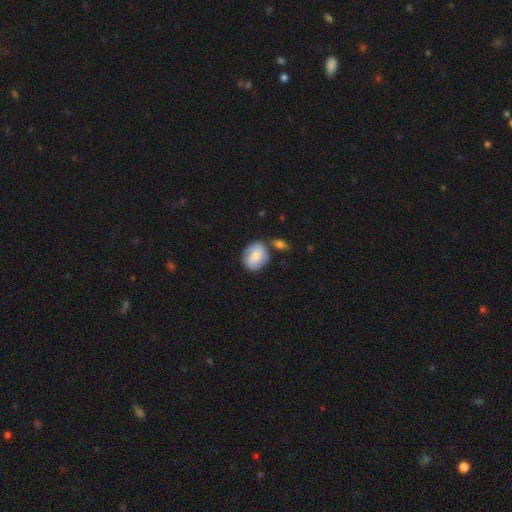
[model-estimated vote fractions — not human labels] The model was most divided on "how rounded": round: 50%, in between: 49%, cigar-shaped: 1%. More confident: smooth or featured — smooth (69%); merging — none (58%).